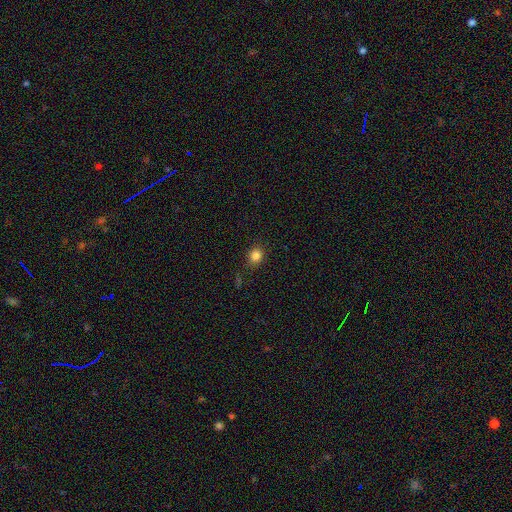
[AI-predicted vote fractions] Smooth or featured?
  - smooth: 83% *
  - star or artifact: 12%
  - featured or disk: 5%
How rounded?
  - round: 75% *
  - in between: 24%
  - cigar-shaped: 1%
Merging?
  - none: 85% *
  - minor disturbance: 10%
  - major disturbance: 3%
  - merger: 2%